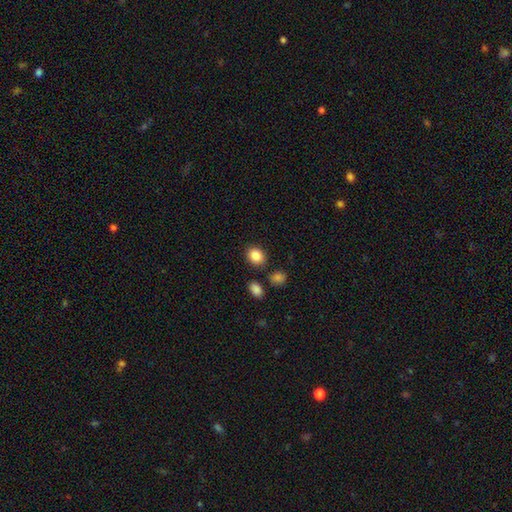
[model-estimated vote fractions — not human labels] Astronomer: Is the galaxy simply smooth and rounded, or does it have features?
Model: smooth — 86%.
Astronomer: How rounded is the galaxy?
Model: round — 54% (runner-up: in between, 45%).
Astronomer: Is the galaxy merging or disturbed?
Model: none — 82%.